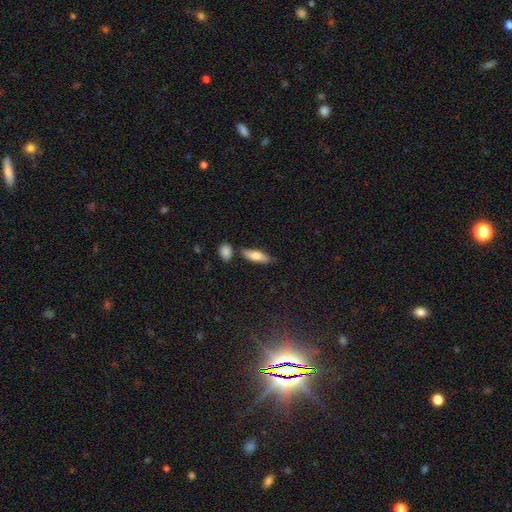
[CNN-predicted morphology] smooth 77%, featured or disk 17%, star or artifact 6%. Down the decision tree: how rounded — in between (56%); merging — none (69%).